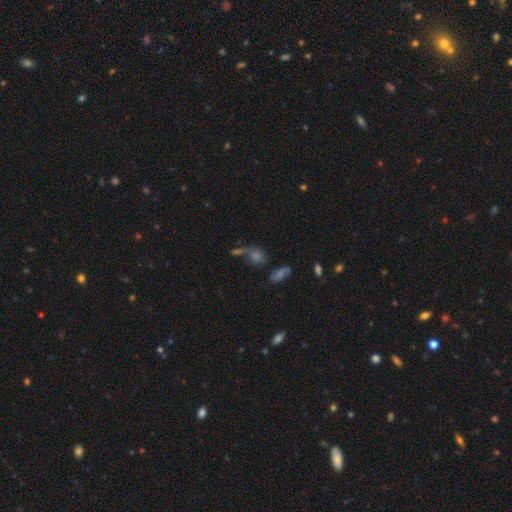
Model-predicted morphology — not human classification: Q: Smooth or featured?
A: smooth (43%); runner-up: star or artifact (34%)
Q: Merging?
A: none (41%); runner-up: merger (33%)